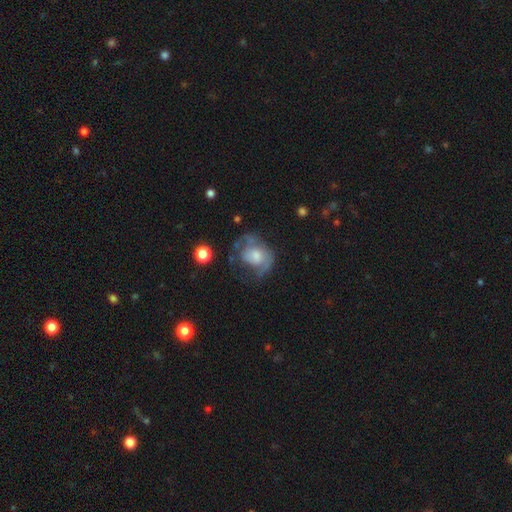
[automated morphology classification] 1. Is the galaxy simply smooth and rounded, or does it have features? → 54% featured or disk, 38% smooth, 8% star or artifact.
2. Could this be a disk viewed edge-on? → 97% no, 3% yes.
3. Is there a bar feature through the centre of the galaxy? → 71% no, 24% weak, 4% strong.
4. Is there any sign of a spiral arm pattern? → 65% yes, 35% no.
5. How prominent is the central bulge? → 43% moderate, 32% small, 13% large, 9% none, 2% dominant.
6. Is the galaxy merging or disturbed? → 36% major disturbance, 34% none, 26% minor disturbance, 4% merger.